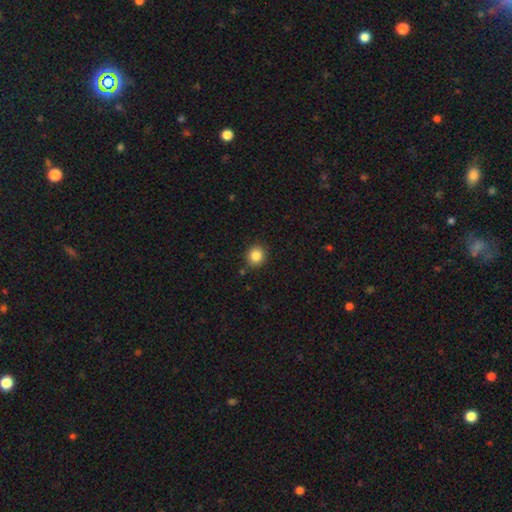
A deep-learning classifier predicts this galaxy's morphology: Smooth or featured? smooth (85%)
How rounded? round (81%)
Merging? none (87%)